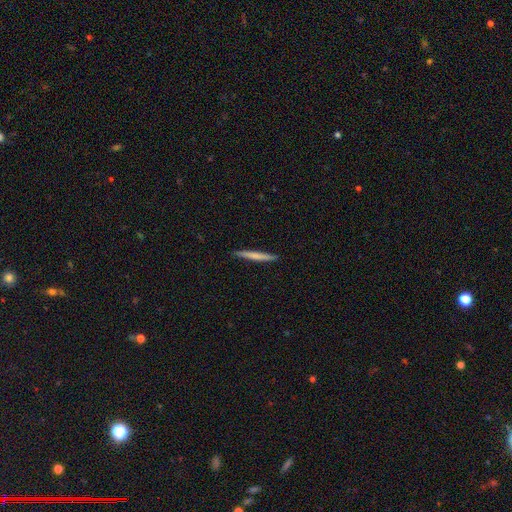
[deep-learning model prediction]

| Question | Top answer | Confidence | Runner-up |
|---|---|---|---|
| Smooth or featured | smooth | 64% | featured or disk (31%) |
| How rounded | cigar-shaped | 97% | in between (2%) |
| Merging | none | 91% | minor disturbance (7%) |